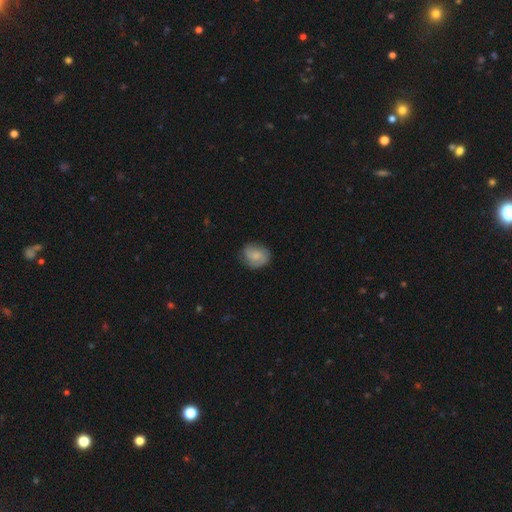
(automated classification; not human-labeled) The model was most divided on "how rounded": round: 59%, in between: 40%, cigar-shaped: 1%. More confident: merging — none (75%); smooth or featured — smooth (60%).